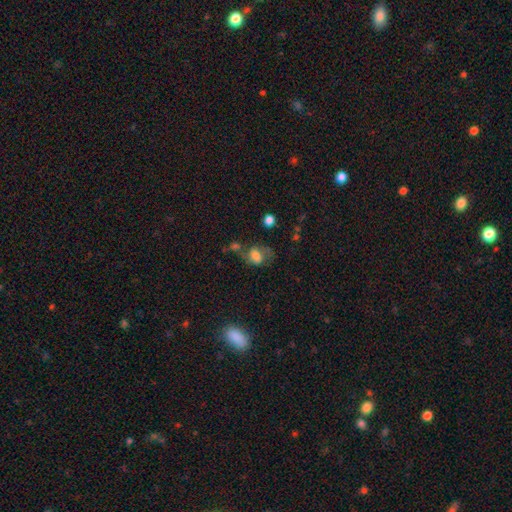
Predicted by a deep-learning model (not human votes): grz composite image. It shows a smooth galaxy with no disk features (59%) that is in between round and cigar-shaped (67%). Merging: none (40%).